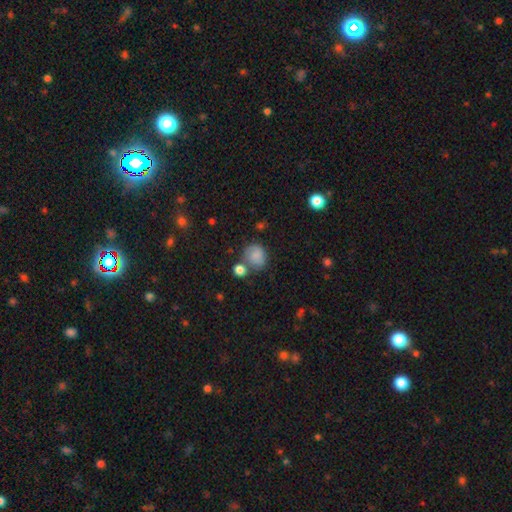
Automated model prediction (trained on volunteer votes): The model was most divided on "merging": none: 55%, minor disturbance: 20%, merger: 17%, major disturbance: 8%. More confident: how rounded — round (74%); smooth or featured — smooth (64%).